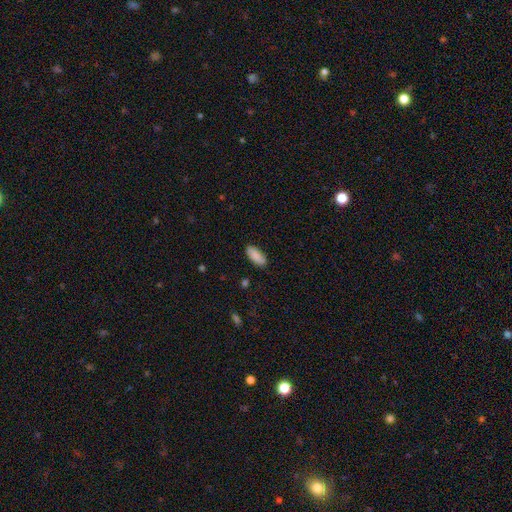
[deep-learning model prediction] A smooth galaxy with no disk features (86%) that is in between round and cigar-shaped (85%).

Vote fractions:
- Smooth or featured? smooth: 86% / featured or disk: 8% / star or artifact: 6%
- How rounded? in between: 85% / cigar-shaped: 13% / round: 2%
- Merging? none: 84% / minor disturbance: 12% / major disturbance: 2% / merger: 1%